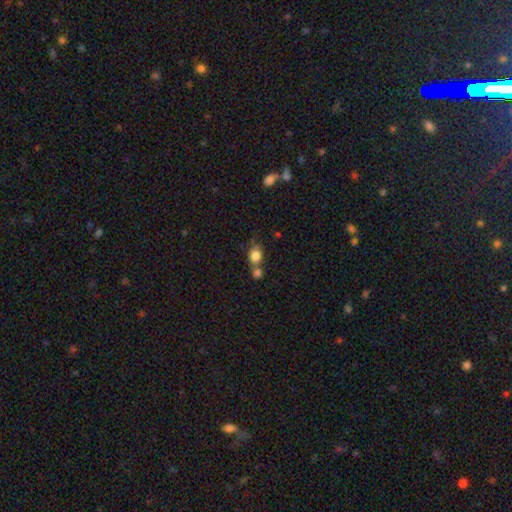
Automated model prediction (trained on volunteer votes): Smooth or featured? smooth (83%)
How rounded? round (58%)
Merging? none (44%)